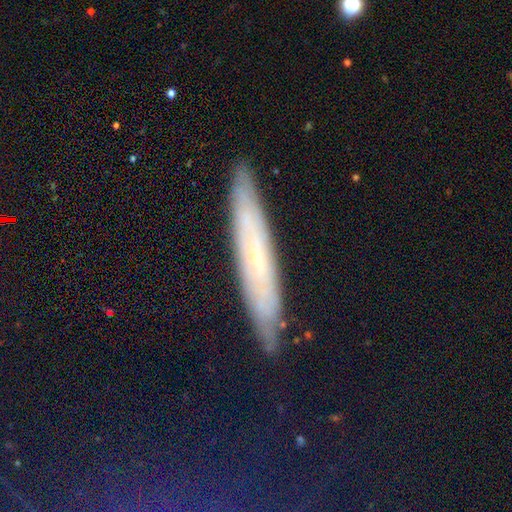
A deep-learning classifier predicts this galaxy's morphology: This appears to be a featured or disk galaxy (61%) viewed edge-on (64%). Merging: none (86%).